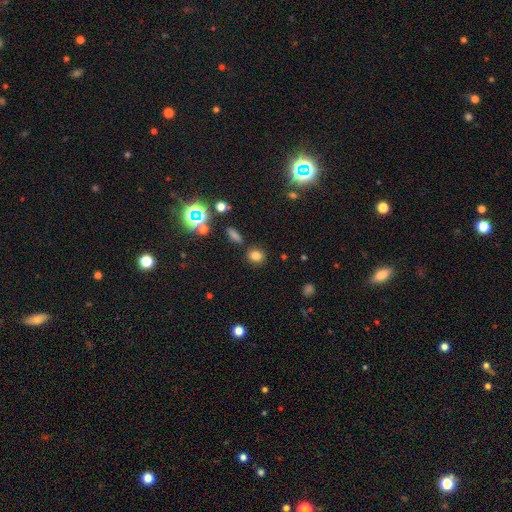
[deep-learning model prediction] Overall: smooth (76%). How rounded: round (68%; in between 30%). Merging: none (84%).